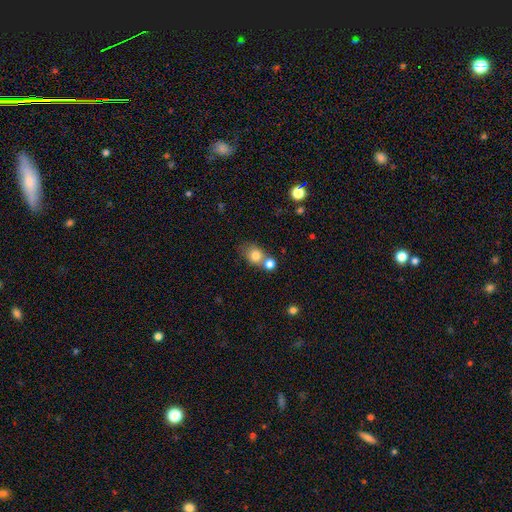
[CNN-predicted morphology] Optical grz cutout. It shows a smooth galaxy with no disk features (80%) that is round (62%). Merging: merger (44%).